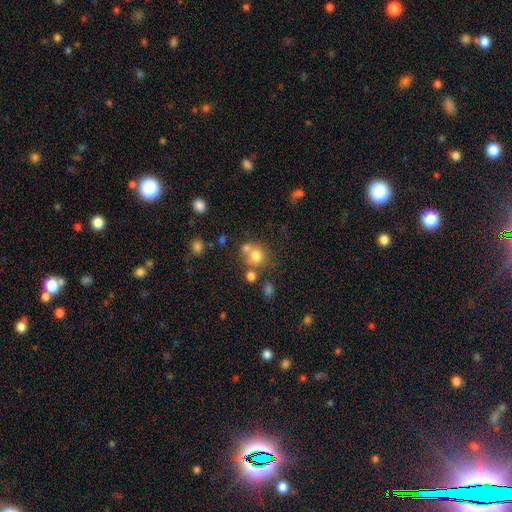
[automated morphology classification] Smooth or featured? smooth (73%)
How rounded? round (85%)
Merging? none (55%)